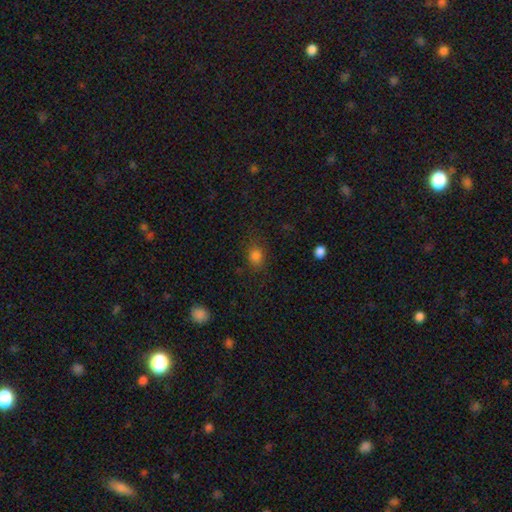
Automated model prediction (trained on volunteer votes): Smooth or featured? Predicted: smooth (p=0.80). How rounded? Predicted: round (p=0.54). Merging? Predicted: none (p=0.79).